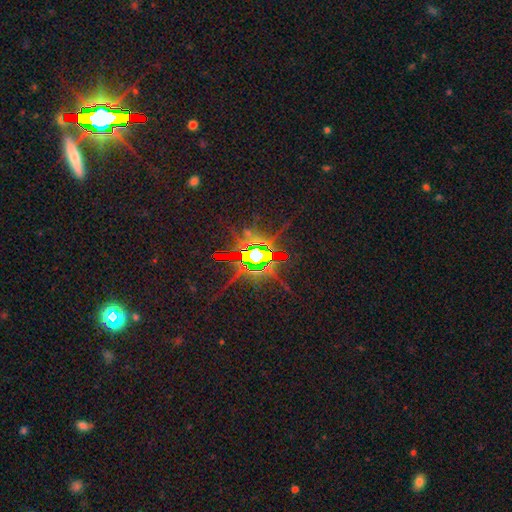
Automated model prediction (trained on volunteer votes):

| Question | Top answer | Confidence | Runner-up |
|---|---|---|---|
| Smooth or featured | star or artifact | 82% | featured or disk (12%) |